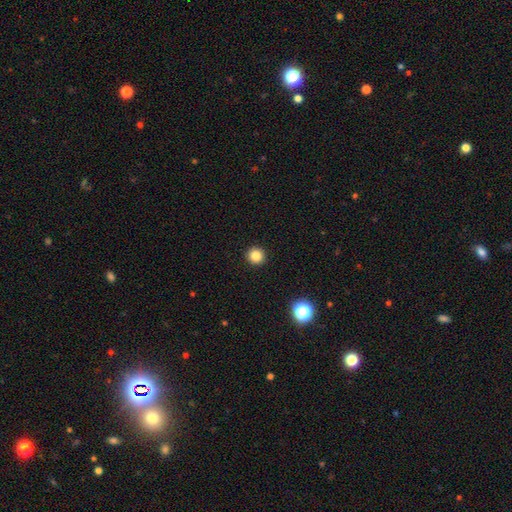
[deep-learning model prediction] A smooth galaxy with no disk features (83%) that is round (95%).

Vote fractions:
- Smooth or featured? smooth: 83% / star or artifact: 13% / featured or disk: 4%
- How rounded? round: 95% / in between: 4% / cigar-shaped: 1%
- Merging? none: 93% / minor disturbance: 4% / major disturbance: 1% / merger: 1%